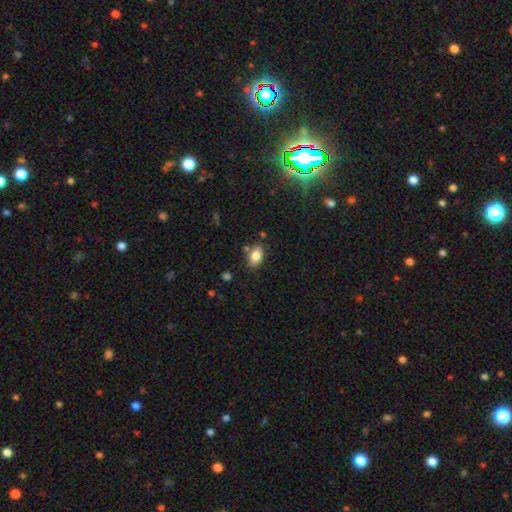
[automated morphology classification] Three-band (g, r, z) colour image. It shows a smooth galaxy with no disk features (83%) that is in between round and cigar-shaped (89%). Merging: none (78%).